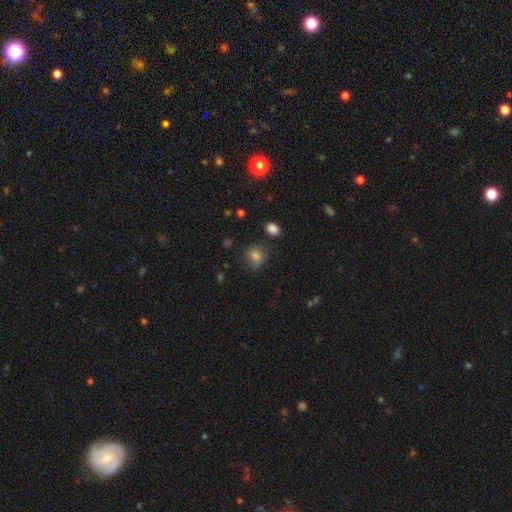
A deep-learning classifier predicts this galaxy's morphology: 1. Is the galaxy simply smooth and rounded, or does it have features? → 73% smooth, 14% star or artifact, 12% featured or disk.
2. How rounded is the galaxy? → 64% round, 35% in between, 1% cigar-shaped.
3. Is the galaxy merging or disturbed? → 64% none, 22% minor disturbance, 9% major disturbance, 4% merger.